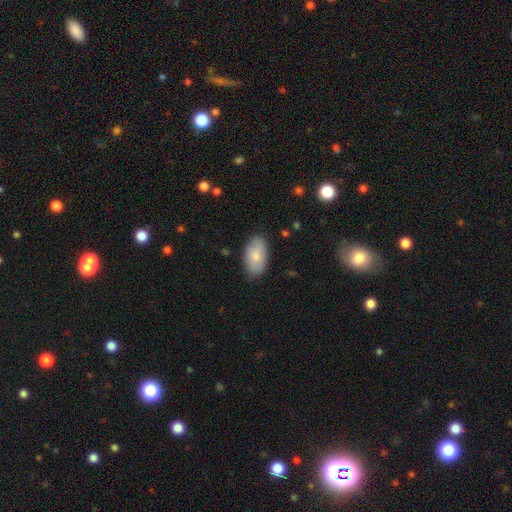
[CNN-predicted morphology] This is clearly a smooth galaxy (81%). How rounded: clearly in between (94%). Merging: clearly none (83%).